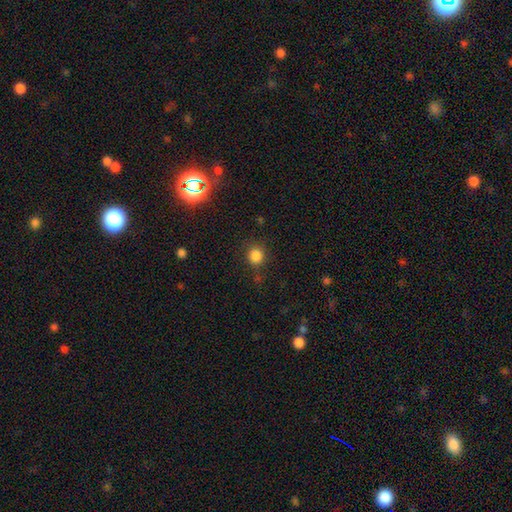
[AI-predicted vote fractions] The model was most divided on "how rounded": round: 84%, in between: 15%, cigar-shaped: 1%. More confident: smooth or featured — smooth (84%); merging — none (82%).